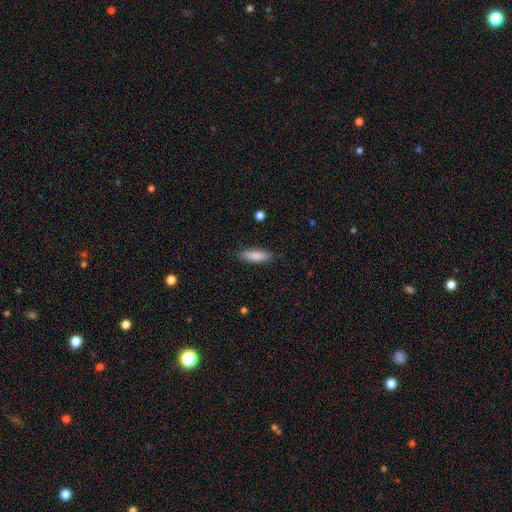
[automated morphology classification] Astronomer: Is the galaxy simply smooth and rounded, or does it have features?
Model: smooth — 84%.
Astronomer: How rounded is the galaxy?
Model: cigar-shaped — 52% (runner-up: in between, 46%).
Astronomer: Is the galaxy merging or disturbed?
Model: none — 82%.